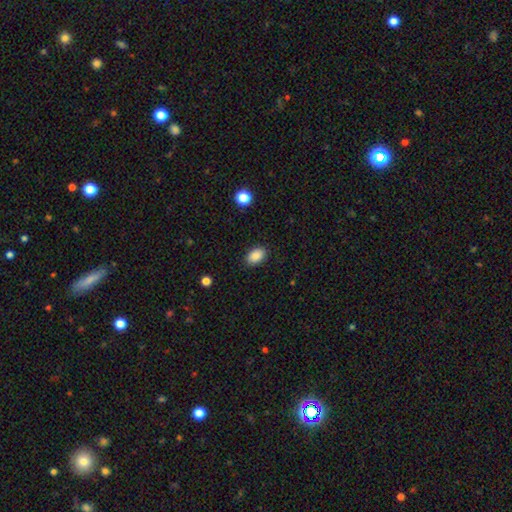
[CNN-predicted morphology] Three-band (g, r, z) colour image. It shows a smooth galaxy with no disk features (88%) that is in between round and cigar-shaped (88%). Merging: none (88%).